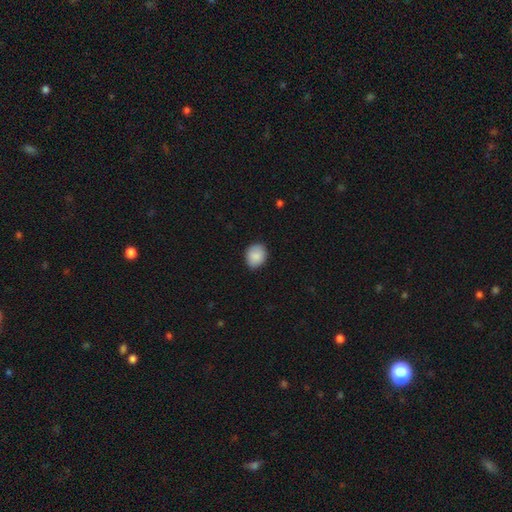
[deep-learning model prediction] Q: Smooth or featured?
A: smooth (88%); runner-up: star or artifact (7%)
Q: How rounded?
A: round (60%); runner-up: in between (39%)
Q: Merging?
A: none (83%); runner-up: minor disturbance (14%)